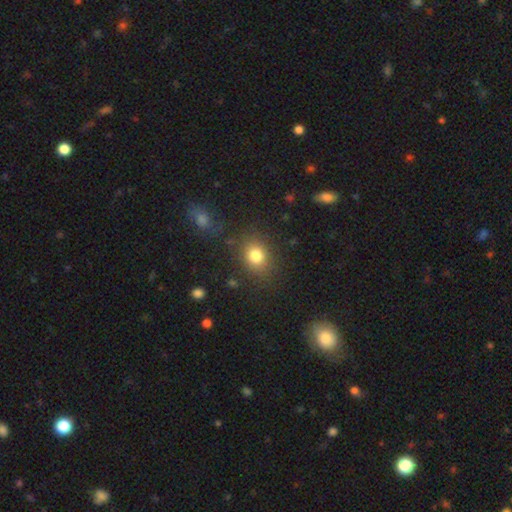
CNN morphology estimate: A smooth galaxy with no disk features (81%) that is round (59%).

Vote fractions:
- Smooth or featured? smooth: 81% / star or artifact: 12% / featured or disk: 7%
- How rounded? round: 59% / in between: 40% / cigar-shaped: 1%
- Merging? none: 82% / minor disturbance: 11% / major disturbance: 4% / merger: 3%